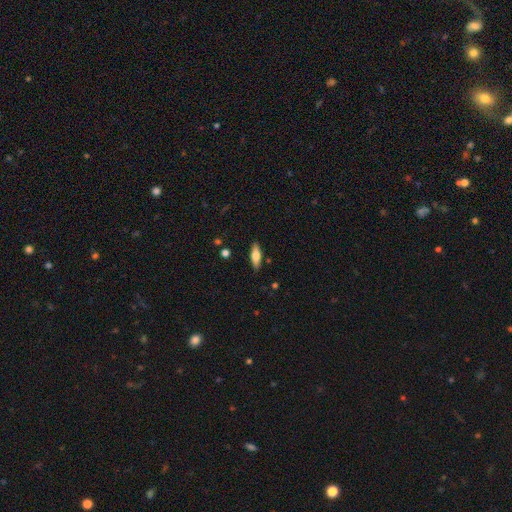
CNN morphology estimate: smooth-or-featured: smooth: 67% | featured or disk: 26% | star or artifact: 6%
  how-rounded: in between: 58% | cigar-shaped: 40% | round: 2%
  merging: none: 87% | minor disturbance: 10% | major disturbance: 2% | merger: 1%